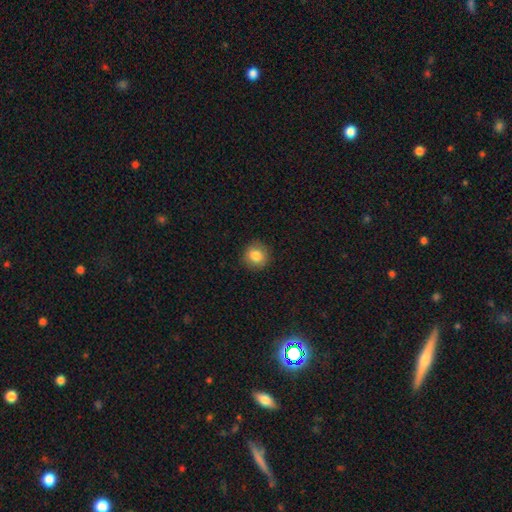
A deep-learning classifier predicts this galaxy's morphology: The model was most divided on "smooth or featured": smooth: 85%, star or artifact: 9%, featured or disk: 6%. More confident: merging — none (89%); how rounded — round (88%).